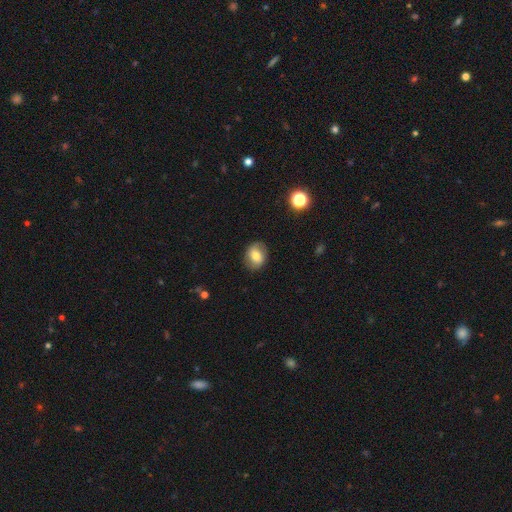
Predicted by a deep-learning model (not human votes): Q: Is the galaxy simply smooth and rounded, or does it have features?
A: smooth — 66%.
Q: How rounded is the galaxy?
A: in between — 50%.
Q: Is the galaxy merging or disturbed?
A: none — 83%.